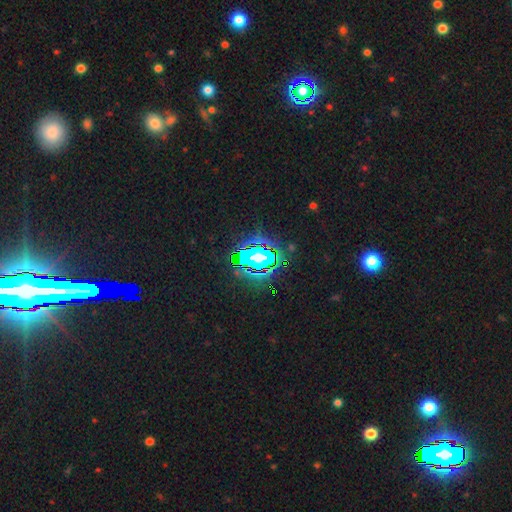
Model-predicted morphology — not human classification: Smooth or featured? star or artifact (79%)